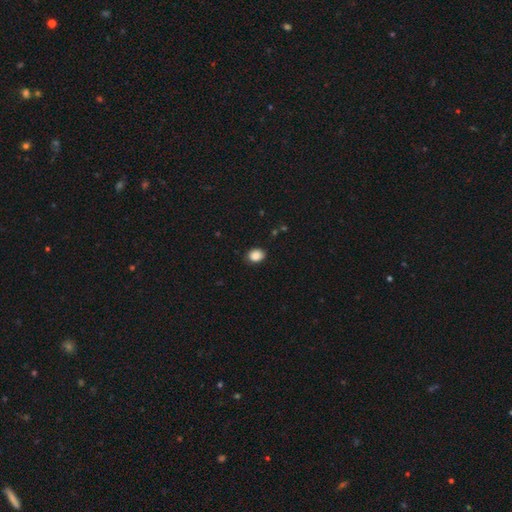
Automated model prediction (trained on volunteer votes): A smooth galaxy with no disk features (87%) that is in between round and cigar-shaped (51%). Merging: none (87%).